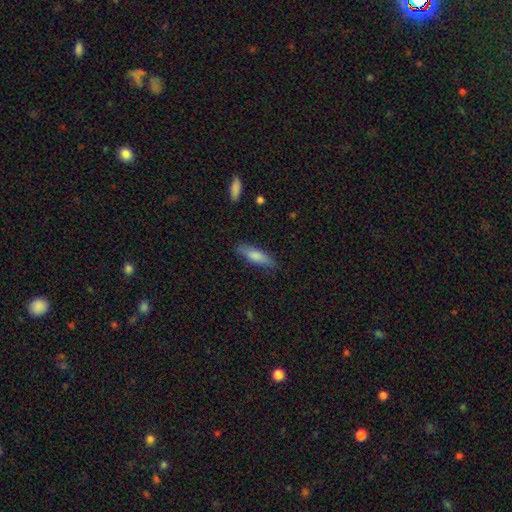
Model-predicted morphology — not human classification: smooth_or_featured: smooth (p=0.79) [alt: featured or disk p=0.15]
how_rounded: cigar-shaped (p=0.56) [alt: in between p=0.43]
merging: none (p=0.80) [alt: minor disturbance p=0.15]